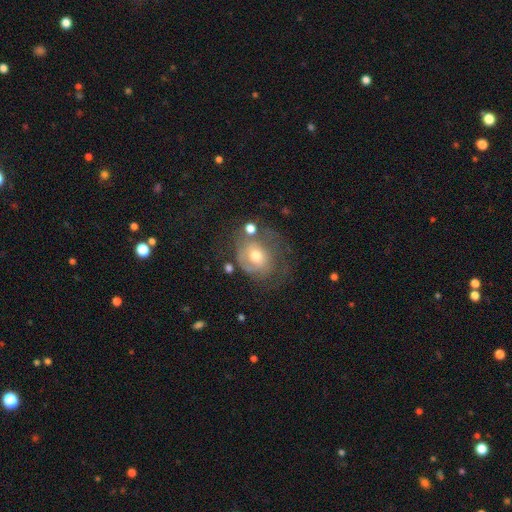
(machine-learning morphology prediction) A featured or disk galaxy (56%) with no bar (75%), spiral arms (65%) and a moderate central bulge (68%). Merging: none (40%).